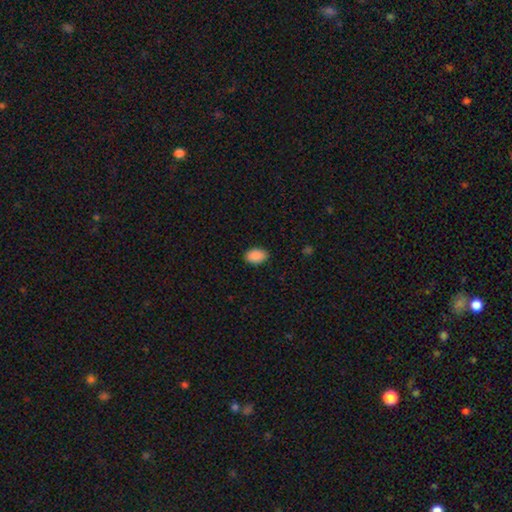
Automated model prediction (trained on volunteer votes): Morphology: type=smooth (90%); roundness=in between (89%); merging=none (88%).